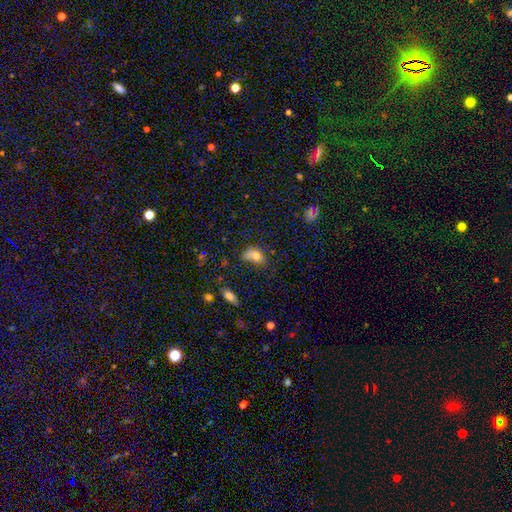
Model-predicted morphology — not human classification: Smooth or featured?
  - smooth: 75% *
  - featured or disk: 13%
  - star or artifact: 12%
How rounded?
  - in between: 77% *
  - round: 20%
  - cigar-shaped: 3%
Merging?
  - none: 41% *
  - minor disturbance: 32%
  - major disturbance: 18%
  - merger: 9%